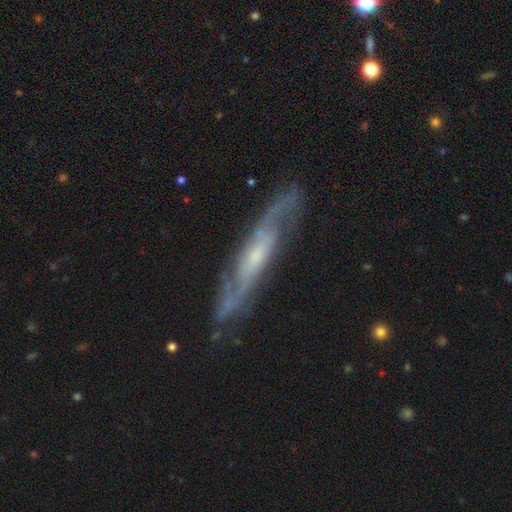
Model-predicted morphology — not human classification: smooth_or_featured: featured or disk (p=0.84) [alt: smooth p=0.10]
disk_edge_on: no (p=0.66) [alt: yes p=0.34]
bar: no (p=0.50) [alt: weak p=0.39]
has_spiral_arms: yes (p=0.94) [alt: no p=0.06]
spiral_winding: medium (p=0.46) [alt: tight p=0.36]
spiral_arm_count: 2 (p=0.65) [alt: can't tell p=0.21]
bulge_size: small (p=0.61) [alt: moderate p=0.31]
merging: none (p=0.80) [alt: minor disturbance p=0.15]